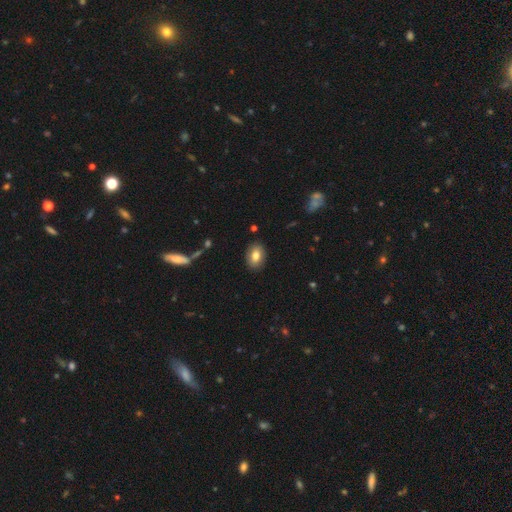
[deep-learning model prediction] Smooth or featured: smooth — 80% (featured or disk — 12%)
How rounded: in between — 80% (round — 19%)
Merging: none — 88% (minor disturbance — 9%)